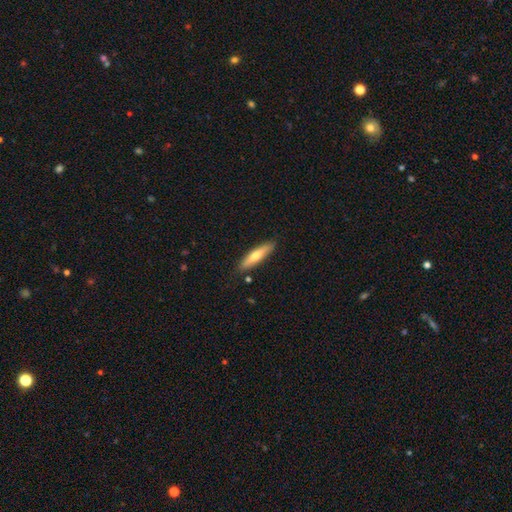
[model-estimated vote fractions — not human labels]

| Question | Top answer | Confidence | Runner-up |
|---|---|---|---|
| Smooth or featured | smooth | 60% | featured or disk (34%) |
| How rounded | cigar-shaped | 80% | in between (18%) |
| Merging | none | 86% | minor disturbance (10%) |